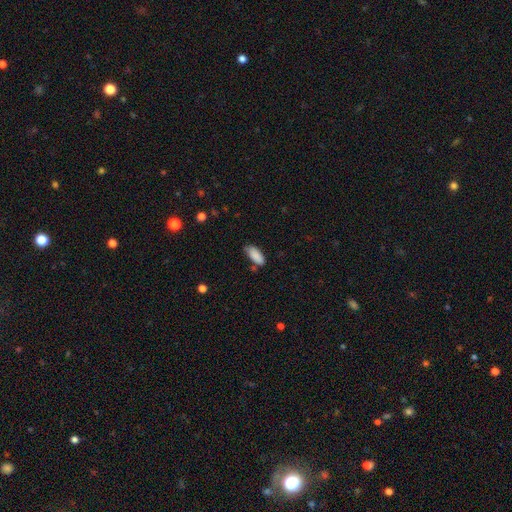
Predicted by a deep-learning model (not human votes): This appears to be a smooth galaxy with no disk features (88%) that is in between round and cigar-shaped (86%). Merging: none (70%).